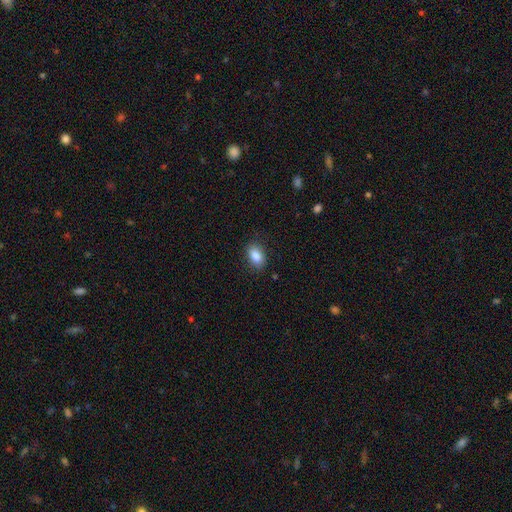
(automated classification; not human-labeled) This appears to be a smooth galaxy with no disk features (87%) that is in between round and cigar-shaped (88%). Merging: none (84%).